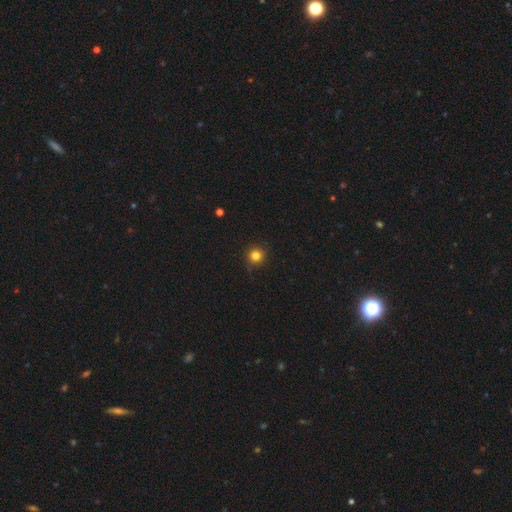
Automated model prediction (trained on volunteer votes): A smooth galaxy with no disk features (82%) that is round (94%). Merging: none (91%).